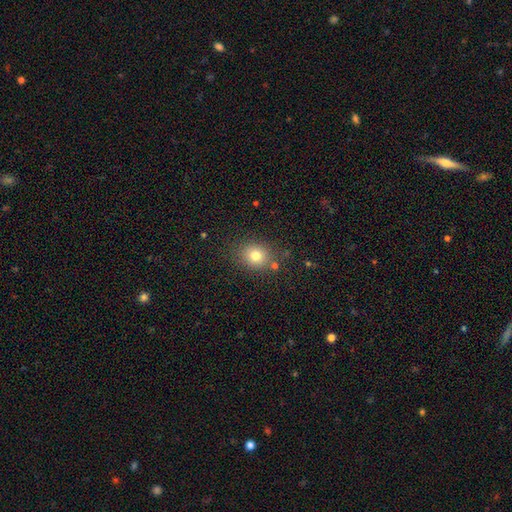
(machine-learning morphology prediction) The model was most divided on "how rounded": round: 64%, in between: 35%, cigar-shaped: 1%. More confident: merging — none (81%); smooth or featured — smooth (78%).